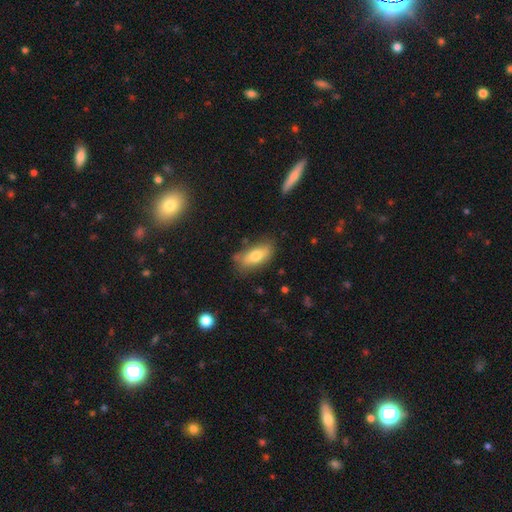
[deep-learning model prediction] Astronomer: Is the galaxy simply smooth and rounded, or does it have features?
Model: smooth — 70%.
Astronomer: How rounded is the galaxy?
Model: in between — 81%.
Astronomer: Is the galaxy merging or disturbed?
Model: none — 70%.